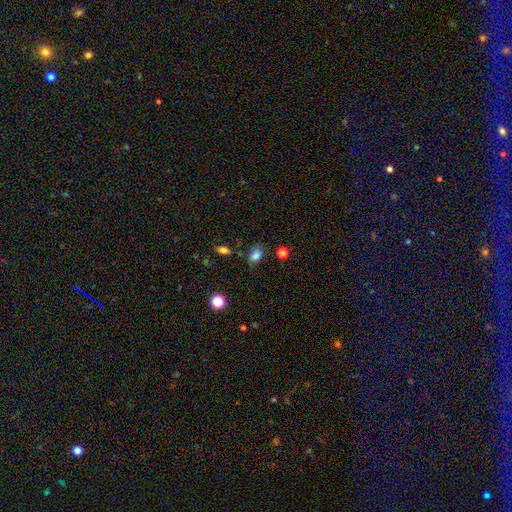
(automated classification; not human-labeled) Smooth or featured?
  - smooth: 78% *
  - star or artifact: 13%
  - featured or disk: 9%
How rounded?
  - in between: 82% *
  - round: 16%
  - cigar-shaped: 2%
Merging?
  - none: 60% *
  - minor disturbance: 26%
  - major disturbance: 9%
  - merger: 5%